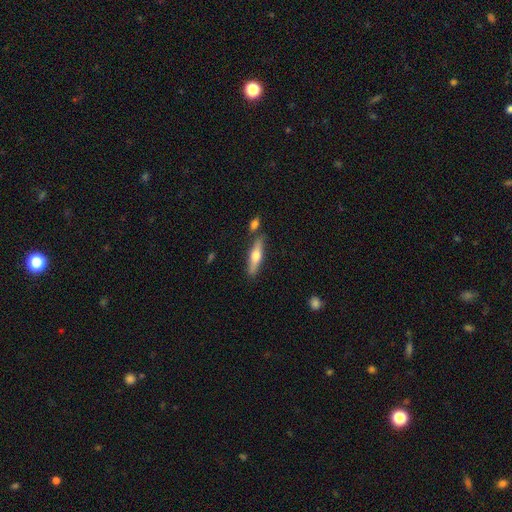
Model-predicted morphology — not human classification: Smooth or featured: smooth — 48% (featured or disk — 46%)
Merging: none — 76% (minor disturbance — 12%)